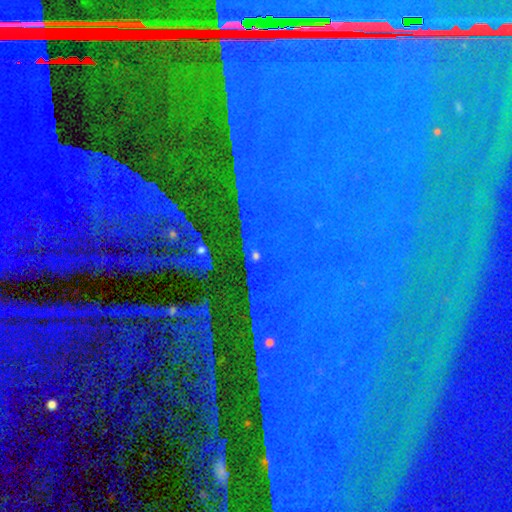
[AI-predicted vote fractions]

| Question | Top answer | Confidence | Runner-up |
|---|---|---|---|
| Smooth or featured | star or artifact | 89% | featured or disk (6%) |